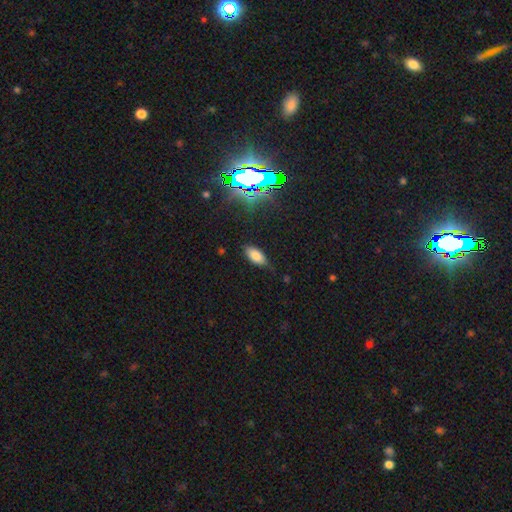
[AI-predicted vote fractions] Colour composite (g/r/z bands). It shows a smooth galaxy with no disk features (77%) that is in between round and cigar-shaped (92%). Merging: none (78%).